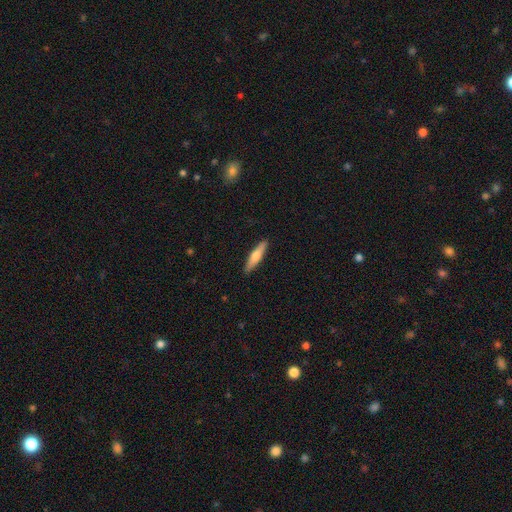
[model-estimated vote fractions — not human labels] Overall: smooth (61%; featured or disk 34%). How rounded: cigar-shaped (83%). Merging: none (90%).